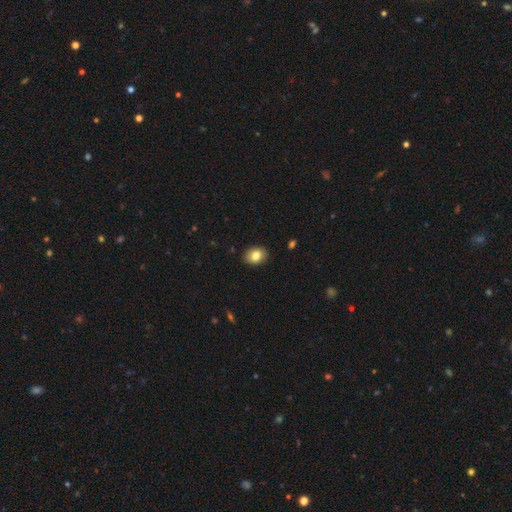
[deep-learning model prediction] Smooth or featured? smooth (83%)
How rounded? in between (63%)
Merging? none (89%)